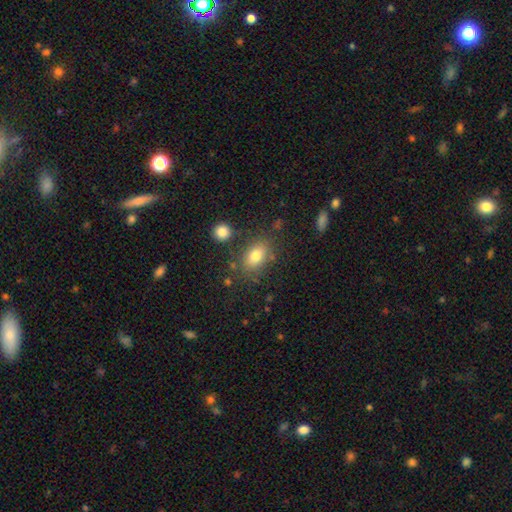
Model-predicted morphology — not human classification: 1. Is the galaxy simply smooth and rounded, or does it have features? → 78% smooth, 12% featured or disk, 10% star or artifact.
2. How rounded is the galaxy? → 78% in between, 20% round, 2% cigar-shaped.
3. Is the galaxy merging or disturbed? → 76% none, 14% minor disturbance, 6% merger, 5% major disturbance.